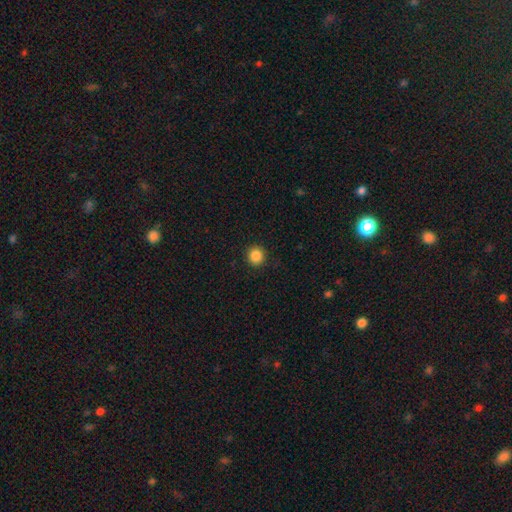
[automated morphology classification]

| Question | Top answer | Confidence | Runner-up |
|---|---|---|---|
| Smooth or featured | smooth | 86% | star or artifact (10%) |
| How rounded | round | 93% | in between (6%) |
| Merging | none | 92% | minor disturbance (5%) |